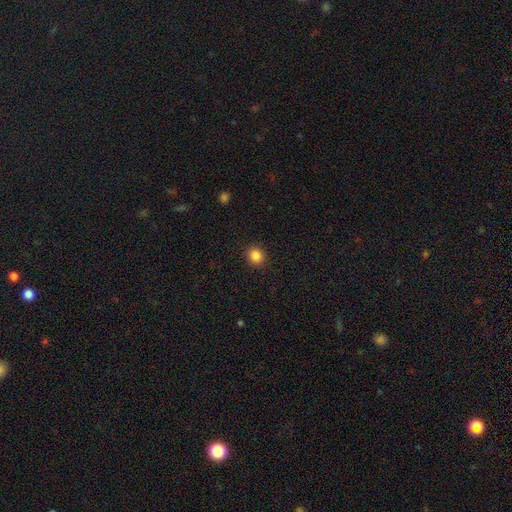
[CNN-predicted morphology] This appears to be a smooth galaxy with no disk features (86%) that is round (85%). Merging: none (91%).